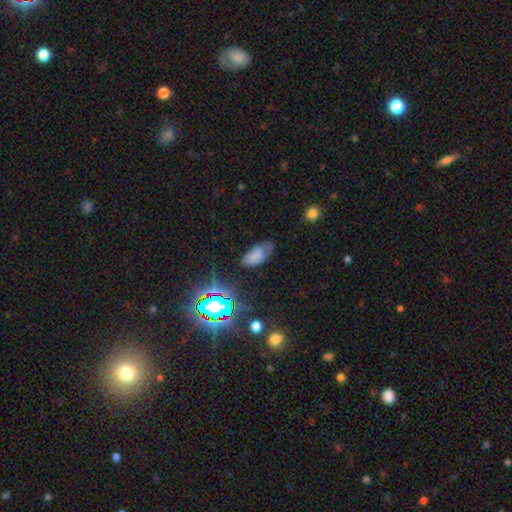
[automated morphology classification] This is likely a smooth galaxy (69%). How rounded: clearly in between (92%). Merging: possibly none (53%).